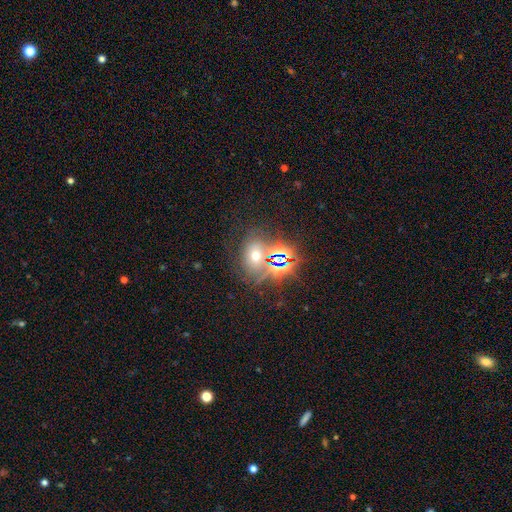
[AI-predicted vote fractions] A star or artifact, not a galaxy (46%).